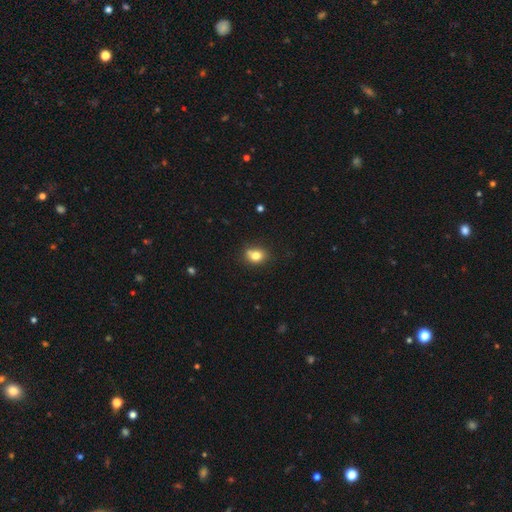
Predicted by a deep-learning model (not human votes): Smooth or featured? smooth (78%)
How rounded? in between (51%)
Merging? none (62%)